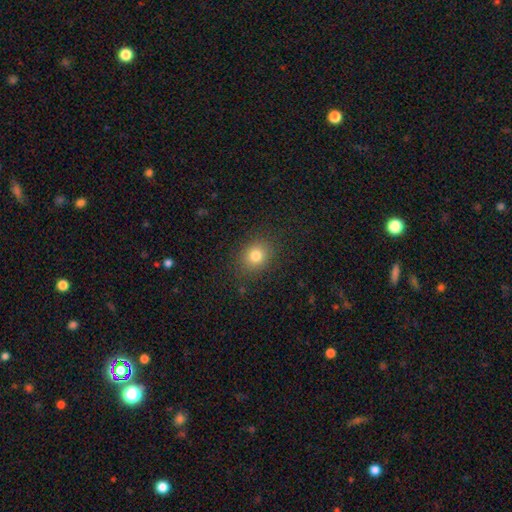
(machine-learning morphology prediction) A smooth galaxy with no disk features (80%) that is round (60%). Merging: none (86%).